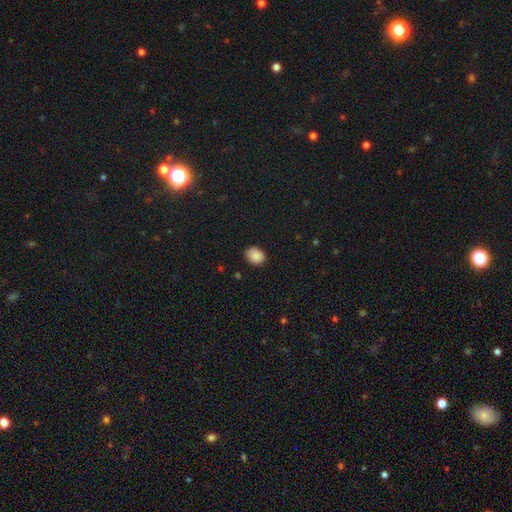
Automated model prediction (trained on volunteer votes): A smooth galaxy with no disk features (88%) that is in between round and cigar-shaped (53%).

Vote fractions:
- Smooth or featured? smooth: 88% / star or artifact: 9% / featured or disk: 3%
- How rounded? in between: 53% / round: 46% / cigar-shaped: 1%
- Merging? none: 84% / minor disturbance: 12% / major disturbance: 2% / merger: 1%